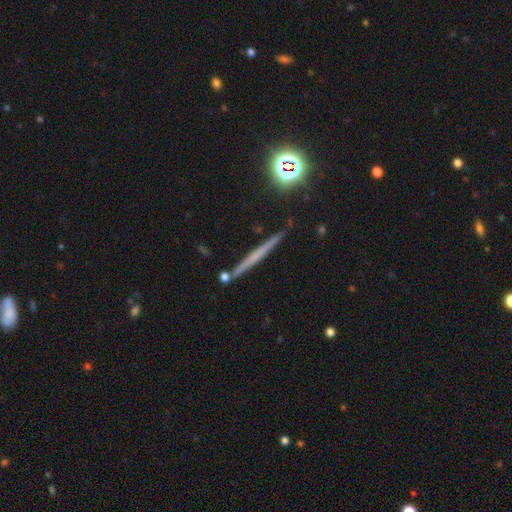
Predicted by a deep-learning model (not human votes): The model was most divided on "smooth or featured": featured or disk: 53%, smooth: 32%, star or artifact: 15%. More confident: edge-on disk — yes (97%); merging — none (87%); edge-on bulge — none (76%).